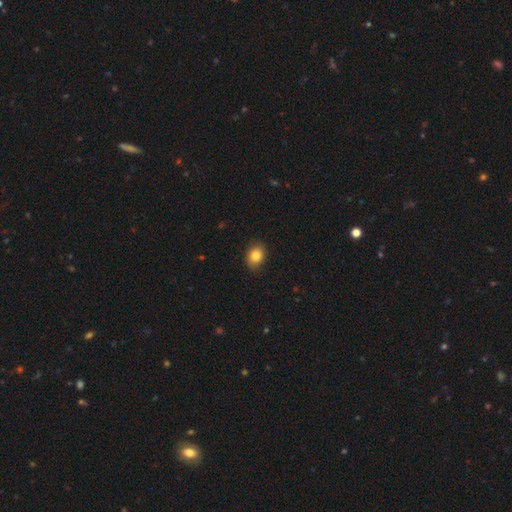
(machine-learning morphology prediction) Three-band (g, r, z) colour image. It shows a smooth galaxy with no disk features (84%) that is in between round and cigar-shaped (55%). Merging: none (86%).